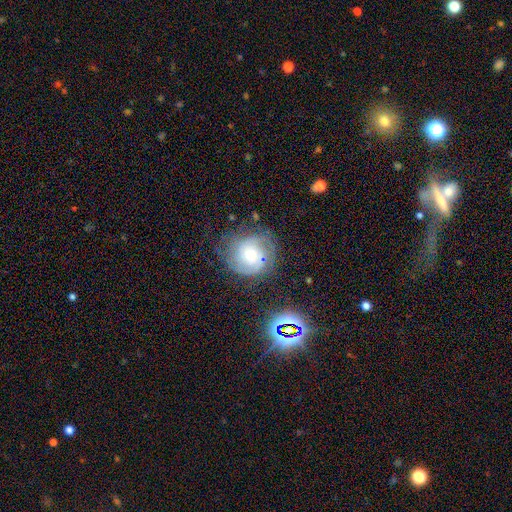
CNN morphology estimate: featured or disk 77%, smooth 15%, star or artifact 8%. Down the decision tree: edge-on disk — no (98%); bar — no (71%); spiral arms — yes (94%); spiral arm count — 2 (46%); spiral winding — tight (60%); bulge size — moderate (56%); merging — none (67%).